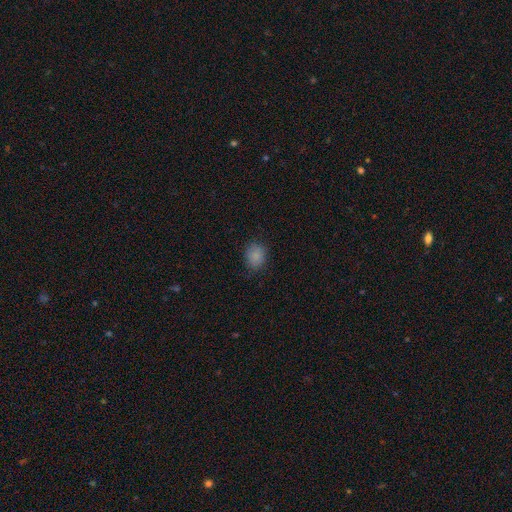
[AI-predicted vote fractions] smooth 85%, star or artifact 11%, featured or disk 4%. Down the decision tree: how rounded — round (57%); merging — none (78%).